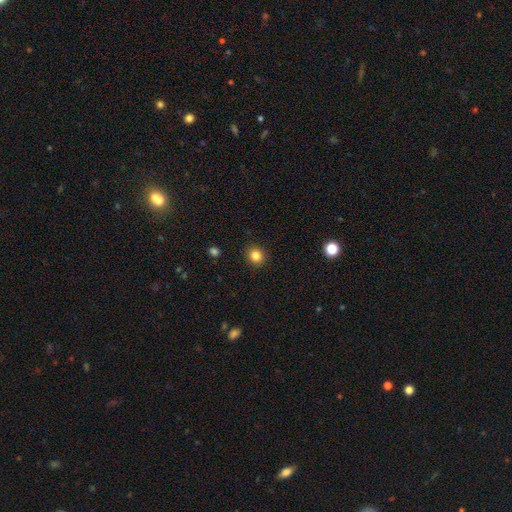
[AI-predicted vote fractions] Morphology: type=smooth (84%); roundness=round (84%); merging=none (91%).